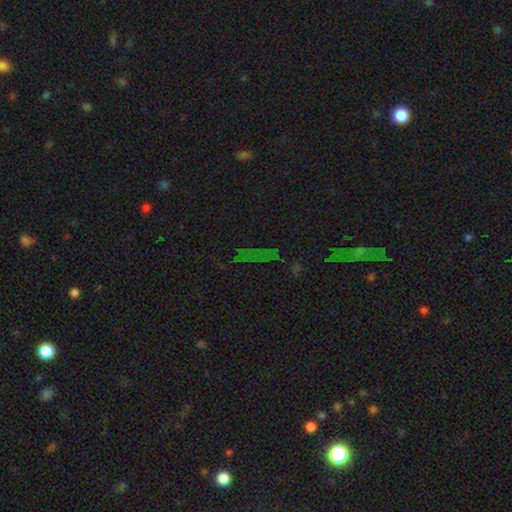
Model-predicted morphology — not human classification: A star or artifact, not a galaxy (70%).

Vote fractions:
- Smooth or featured? star or artifact: 70% / smooth: 17% / featured or disk: 13%